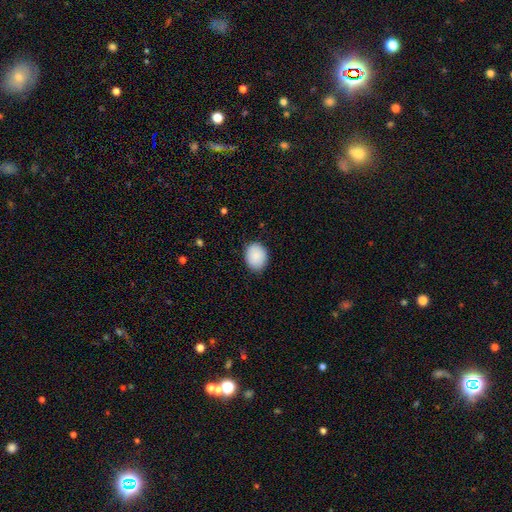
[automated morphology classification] This appears to be a smooth galaxy with no disk features (88%) that is in between round and cigar-shaped (51%). Merging: none (84%).